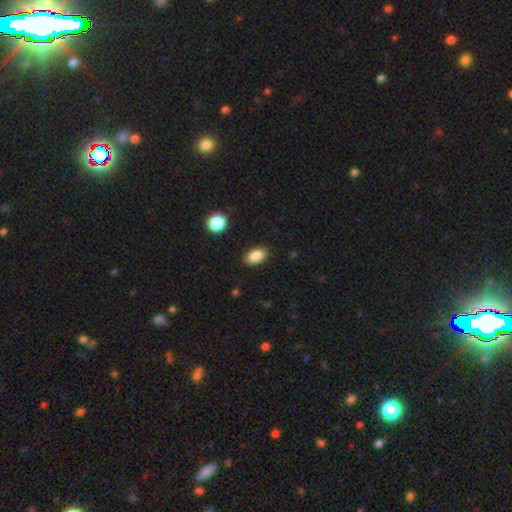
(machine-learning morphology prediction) Smooth or featured? smooth (87%)
How rounded? in between (90%)
Merging? none (88%)